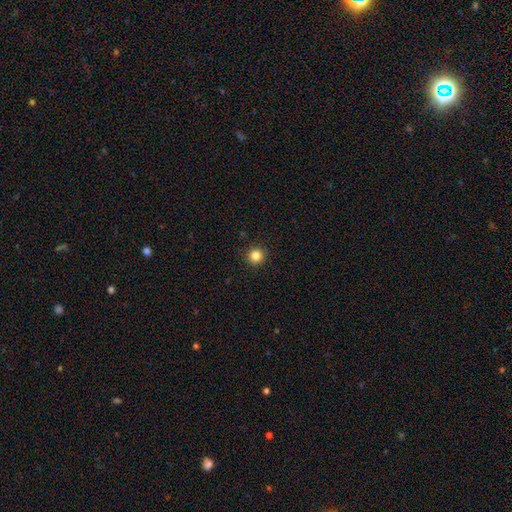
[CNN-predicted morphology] smooth-or-featured: smooth: 84% | star or artifact: 12% | featured or disk: 4%
  how-rounded: round: 95% | in between: 4% | cigar-shaped: 1%
  merging: none: 92% | minor disturbance: 5% | major disturbance: 2% | merger: 1%